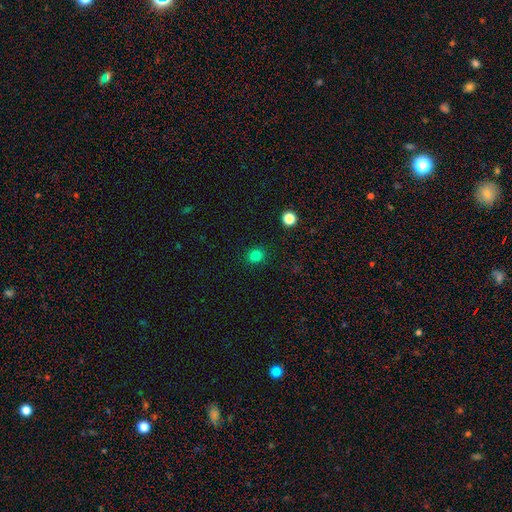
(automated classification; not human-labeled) Smooth or featured? smooth (81%)
How rounded? round (78%)
Merging? none (89%)